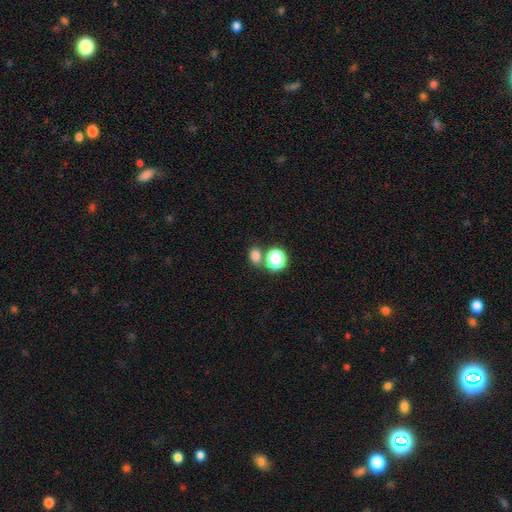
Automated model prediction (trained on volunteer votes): This appears to be a smooth galaxy with no disk features (77%) that is in between round and cigar-shaped (55%). Merging: none (66%).